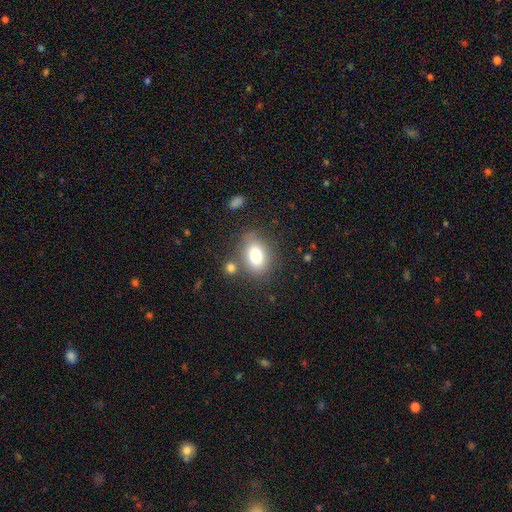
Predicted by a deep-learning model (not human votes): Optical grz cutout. It shows a smooth galaxy with no disk features (79%) that is in between round and cigar-shaped (78%). Merging: none (70%).